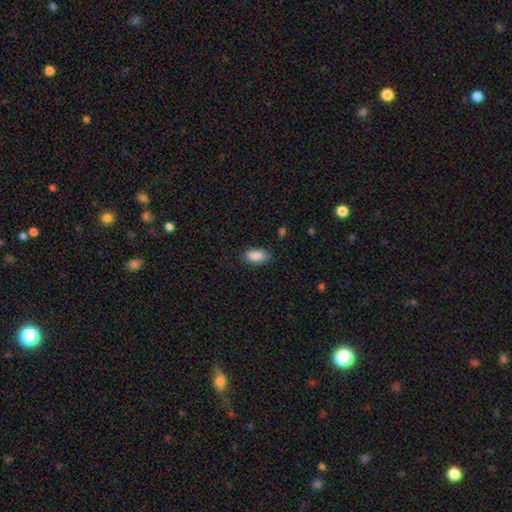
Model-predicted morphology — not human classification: This is clearly a smooth galaxy (89%). How rounded: clearly in between (89%). Merging: clearly none (83%).